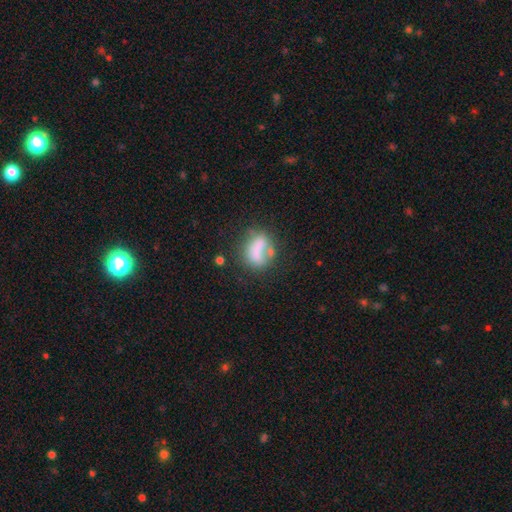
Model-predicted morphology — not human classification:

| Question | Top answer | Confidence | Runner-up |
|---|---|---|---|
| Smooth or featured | smooth | 62% | featured or disk (27%) |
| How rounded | in between | 62% | round (33%) |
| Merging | none | 35% | major disturbance (22%) |